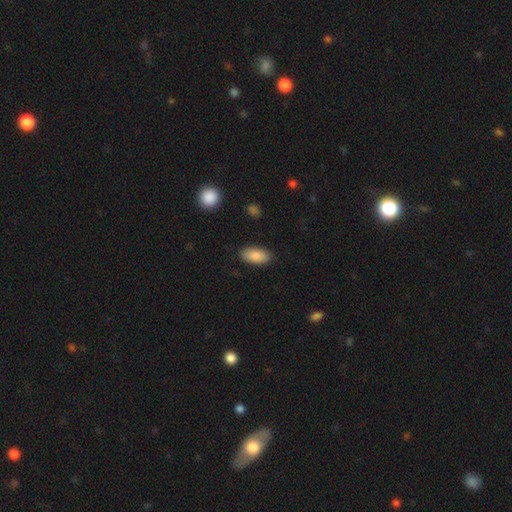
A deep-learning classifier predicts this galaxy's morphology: A smooth galaxy with no disk features (88%) that is in between round and cigar-shaped (92%).

Vote fractions:
- Smooth or featured? smooth: 88% / star or artifact: 6% / featured or disk: 5%
- How rounded? in between: 92% / cigar-shaped: 6% / round: 2%
- Merging? none: 87% / minor disturbance: 9% / major disturbance: 2% / merger: 1%